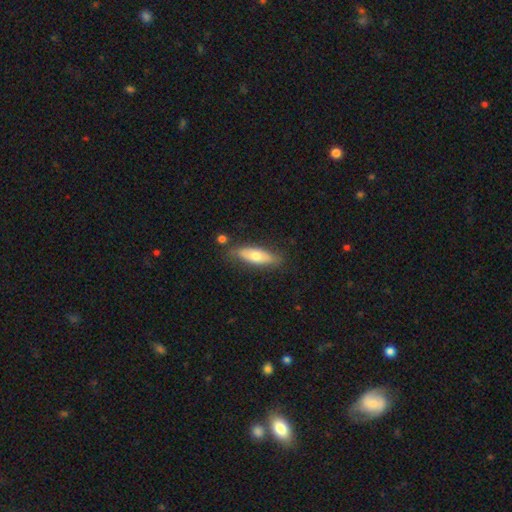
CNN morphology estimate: type=smooth (62%); roundness=in between (51%); merging=none (78%).